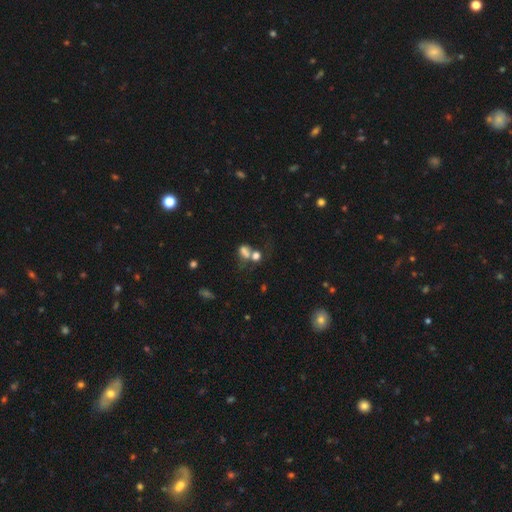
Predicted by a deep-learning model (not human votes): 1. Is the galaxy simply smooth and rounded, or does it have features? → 66% smooth, 19% star or artifact, 15% featured or disk.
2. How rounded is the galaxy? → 54% in between, 44% round, 2% cigar-shaped.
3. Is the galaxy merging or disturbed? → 53% merger, 26% none, 12% major disturbance, 10% minor disturbance.